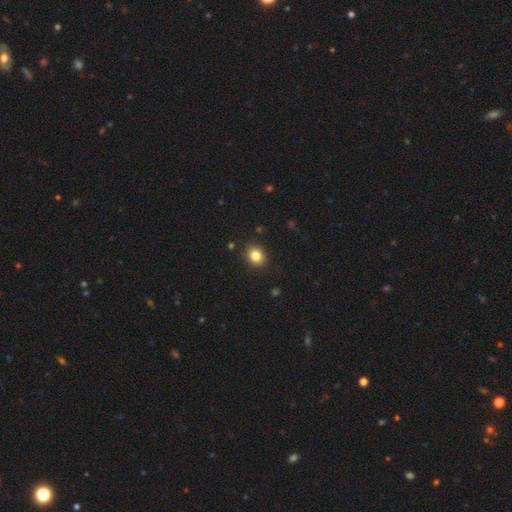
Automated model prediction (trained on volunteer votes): A smooth galaxy with no disk features (82%) that is round (57%). Merging: none (89%).